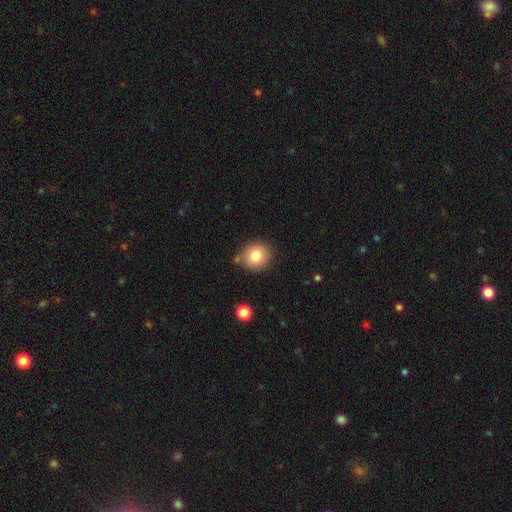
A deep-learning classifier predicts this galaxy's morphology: A smooth galaxy with no disk features (82%) that is round (82%).

Vote fractions:
- Smooth or featured? smooth: 82% / star or artifact: 10% / featured or disk: 8%
- How rounded? round: 82% / in between: 17% / cigar-shaped: 1%
- Merging? none: 81% / minor disturbance: 12% / merger: 5% / major disturbance: 3%